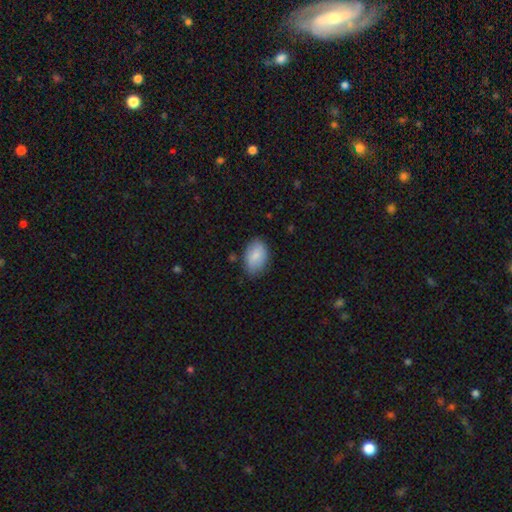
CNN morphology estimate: Q: Smooth or featured?
A: smooth (82%); runner-up: featured or disk (12%)
Q: How rounded?
A: in between (89%); runner-up: round (9%)
Q: Merging?
A: none (76%); runner-up: minor disturbance (19%)